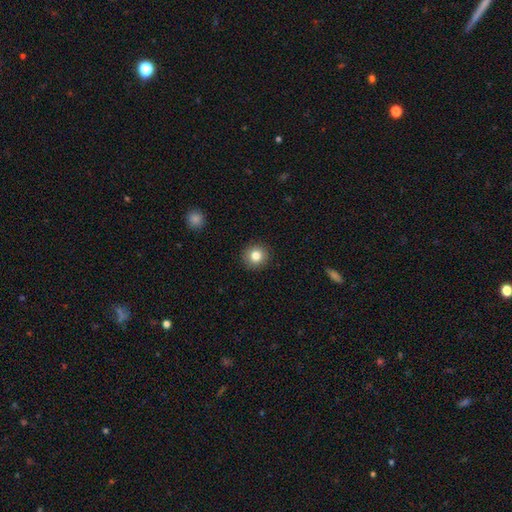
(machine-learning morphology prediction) type=smooth (82%); roundness=round (93%); merging=none (92%).